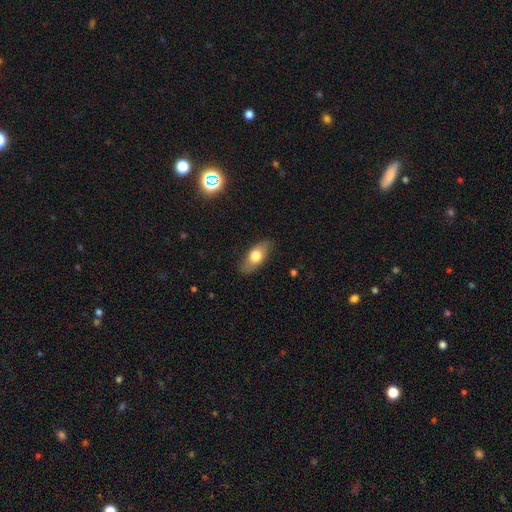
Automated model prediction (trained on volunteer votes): Smooth or featured? smooth (68%)
How rounded? in between (82%)
Merging? none (84%)